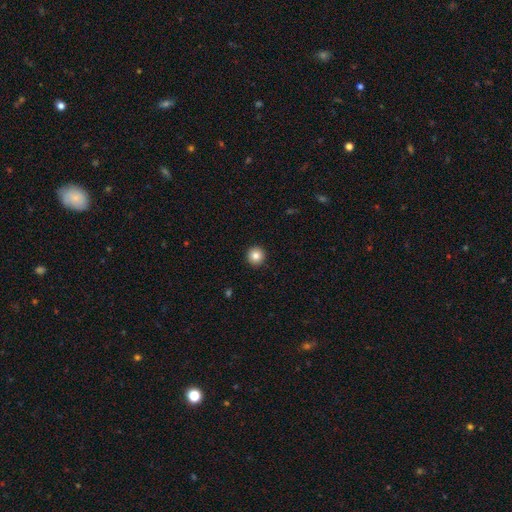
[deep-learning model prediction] A smooth galaxy with no disk features (84%) that is round (96%).

Vote fractions:
- Smooth or featured? smooth: 84% / star or artifact: 10% / featured or disk: 6%
- How rounded? round: 96% / in between: 3% / cigar-shaped: 1%
- Merging? none: 93% / minor disturbance: 4% / major disturbance: 1% / merger: 1%